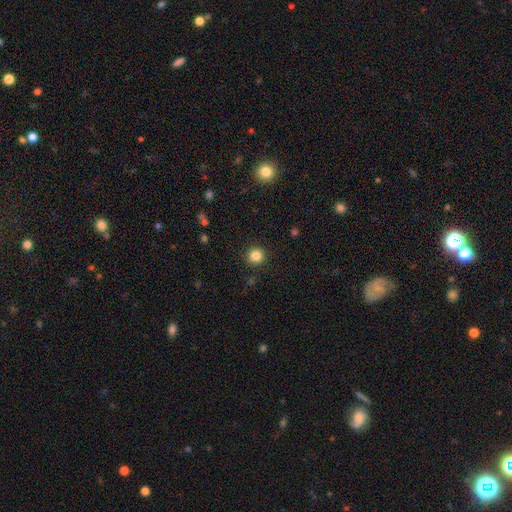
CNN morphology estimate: smooth_or_featured: smooth (p=0.83) [alt: star or artifact p=0.12]
how_rounded: round (p=0.93) [alt: in between p=0.06]
merging: none (p=0.91) [alt: minor disturbance p=0.05]